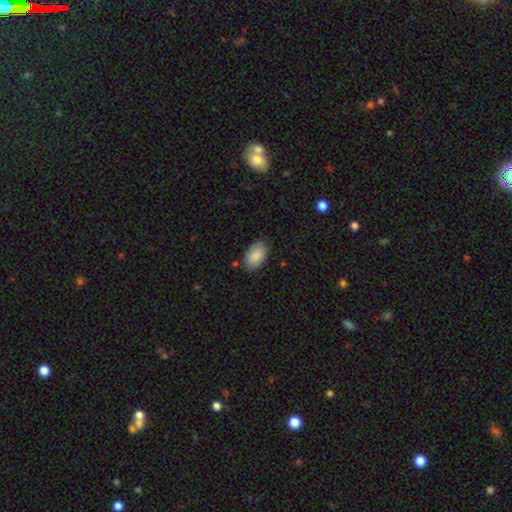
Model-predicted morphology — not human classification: smooth-or-featured: smooth: 89% | star or artifact: 6% | featured or disk: 5%
  how-rounded: in between: 93% | round: 5% | cigar-shaped: 1%
  merging: none: 84% | minor disturbance: 12% | major disturbance: 3% | merger: 2%